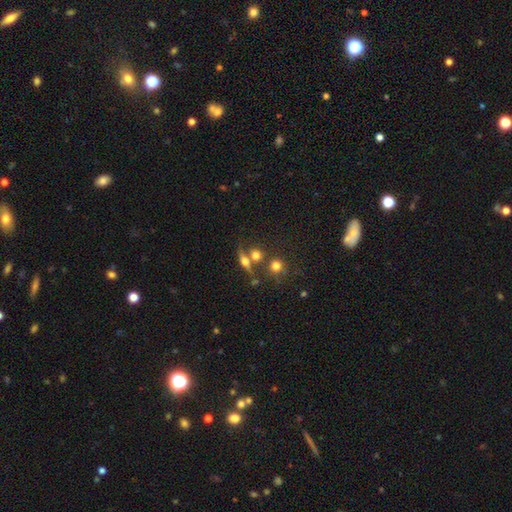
Smooth or featured? smooth (82%)
How rounded? round (69%)
Merging? none (45%, tied with merger)